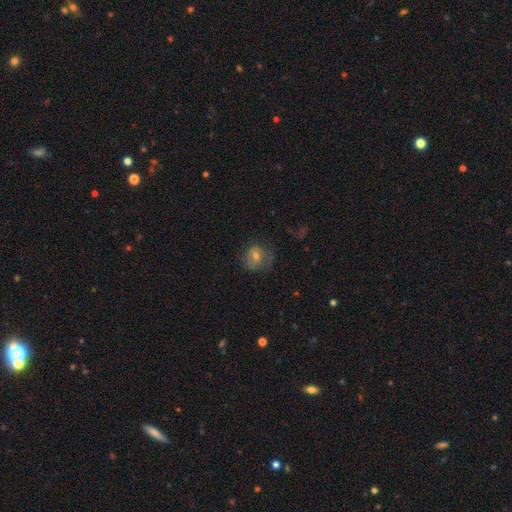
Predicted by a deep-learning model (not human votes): Smooth or featured?
  - smooth: 46% *
  - featured or disk: 40%
  - star or artifact: 15%
Merging?
  - none: 65% *
  - minor disturbance: 20%
  - major disturbance: 14%
  - merger: 1%